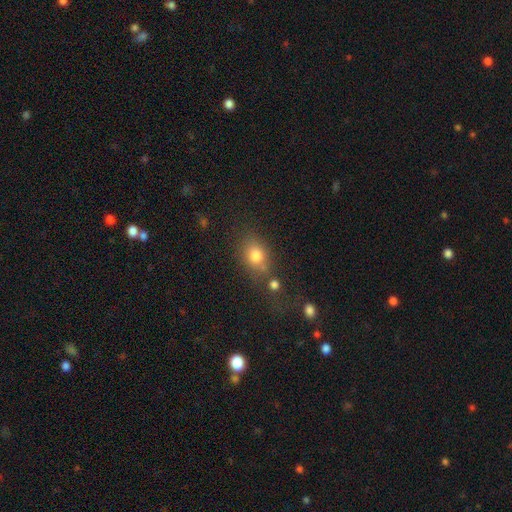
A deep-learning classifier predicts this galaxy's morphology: The model was most divided on "how rounded": in between: 60%, round: 37%, cigar-shaped: 2%. More confident: smooth or featured — smooth (77%); merging — none (61%).